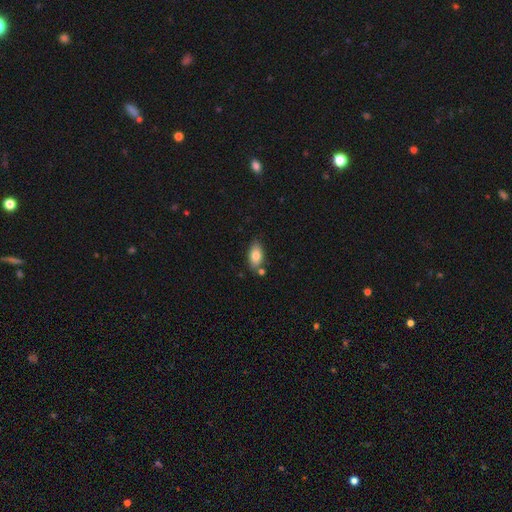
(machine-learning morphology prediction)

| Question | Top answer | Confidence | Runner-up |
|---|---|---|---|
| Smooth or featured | smooth | 80% | featured or disk (13%) |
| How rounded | in between | 90% | cigar-shaped (6%) |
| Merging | none | 73% | minor disturbance (15%) |